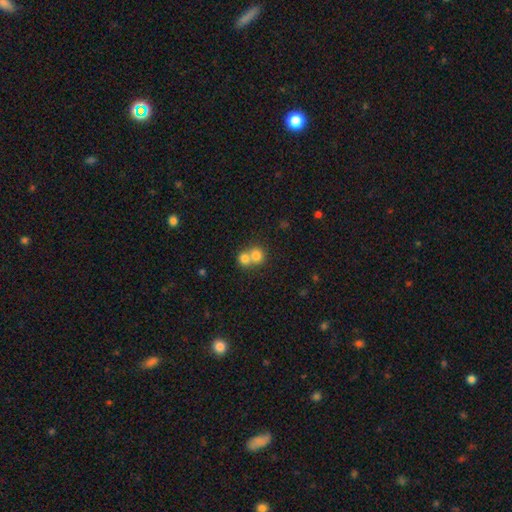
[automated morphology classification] A smooth galaxy with no disk features (76%) that is round (81%). Merging: merger (62%).